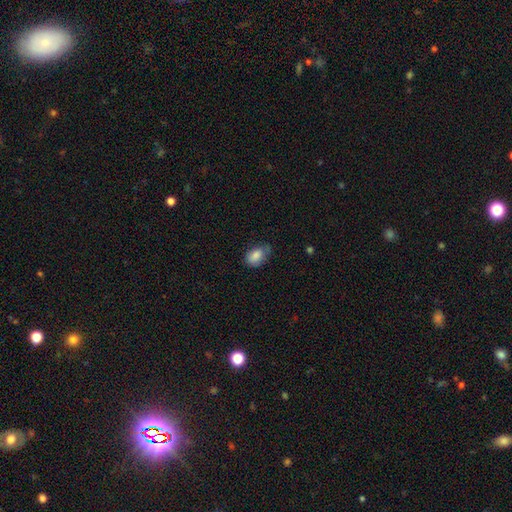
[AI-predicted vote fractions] Overall: smooth (82%). How rounded: in between (87%). Merging: none (55%; minor disturbance 34%).